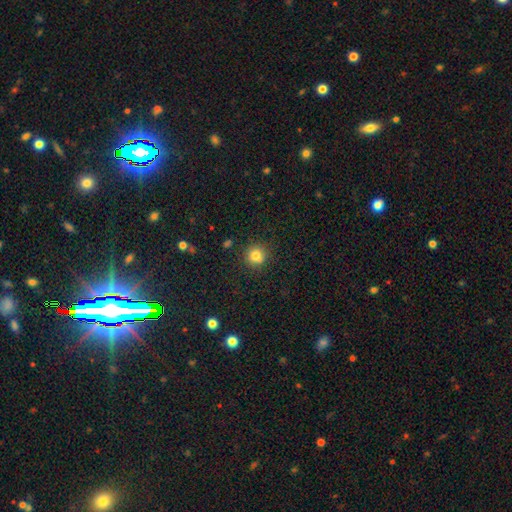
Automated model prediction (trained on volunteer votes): smooth_or_featured: smooth (p=0.80) [alt: star or artifact p=0.13]
how_rounded: round (p=0.87) [alt: in between p=0.12]
merging: none (p=0.75) [alt: minor disturbance p=0.11]